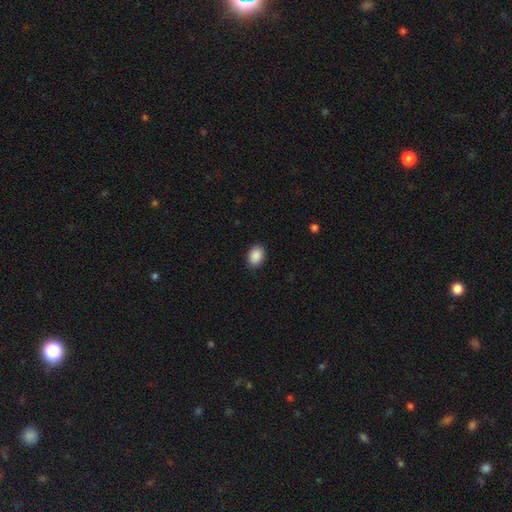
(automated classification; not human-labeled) smooth 90%, star or artifact 7%, featured or disk 3%. Down the decision tree: how rounded — in between (78%); merging — none (89%).